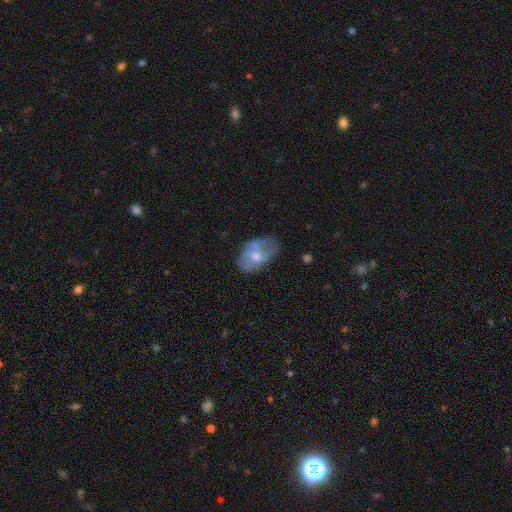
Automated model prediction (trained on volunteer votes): Smooth or featured? featured or disk (57%)
Edge-on disk? no (95%)
Bar? no (71%)
Spiral arms? no (54%)
Bulge size? moderate (52%)
Merging? none (51%)